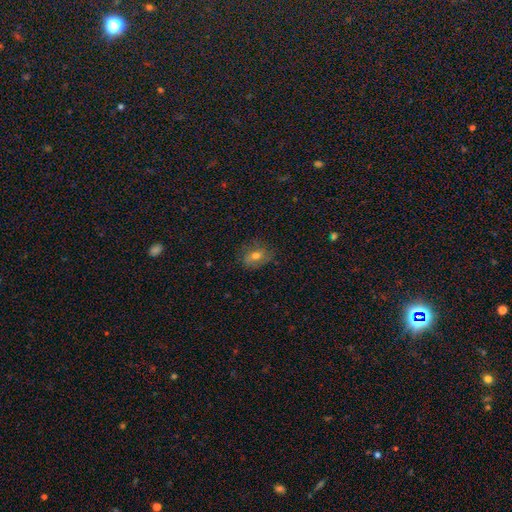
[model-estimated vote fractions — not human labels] Smooth or featured? smooth (65%)
How rounded? in between (63%)
Merging? none (75%)